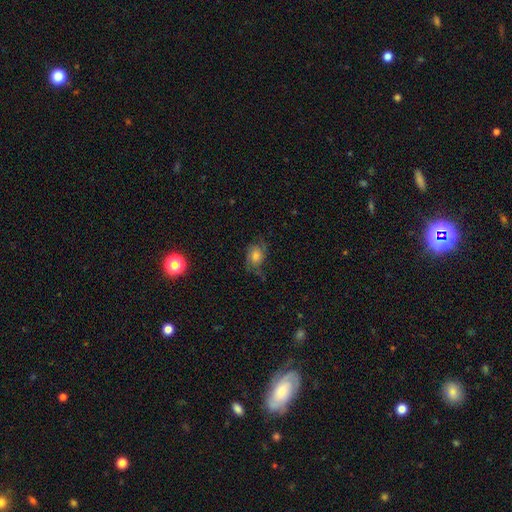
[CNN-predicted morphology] Smooth or featured: featured or disk — 50% (smooth — 37%)
Merging: none — 61% (minor disturbance — 23%)